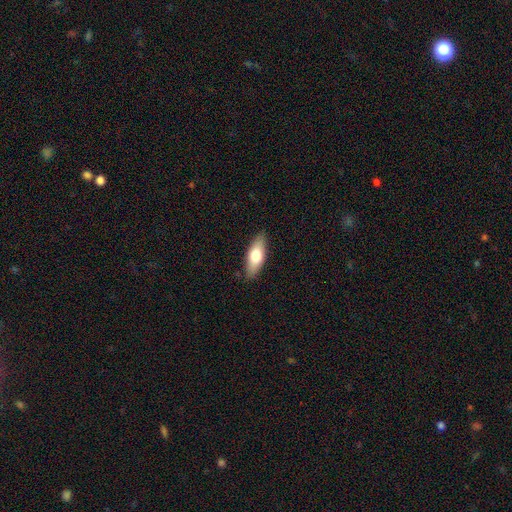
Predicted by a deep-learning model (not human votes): This is likely a smooth galaxy (69%). How rounded: likely in between (71%). Merging: clearly none (86%).